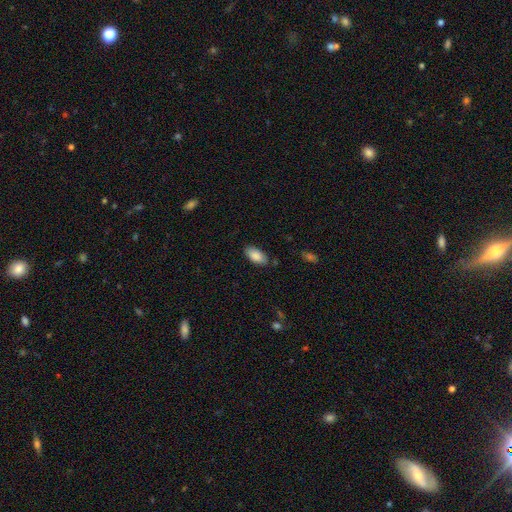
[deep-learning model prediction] This is clearly a smooth galaxy (87%). How rounded: clearly in between (93%). Merging: clearly none (82%).